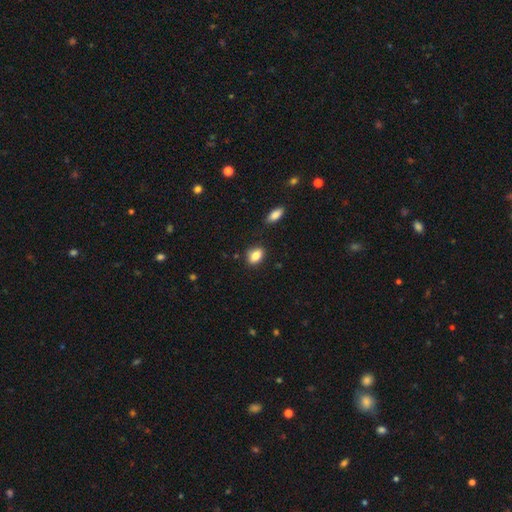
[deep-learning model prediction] A smooth galaxy with no disk features (85%) that is in between round and cigar-shaped (81%).

Vote fractions:
- Smooth or featured? smooth: 85% / star or artifact: 8% / featured or disk: 7%
- How rounded? in between: 81% / round: 16% / cigar-shaped: 2%
- Merging? none: 82% / minor disturbance: 12% / merger: 3% / major disturbance: 2%